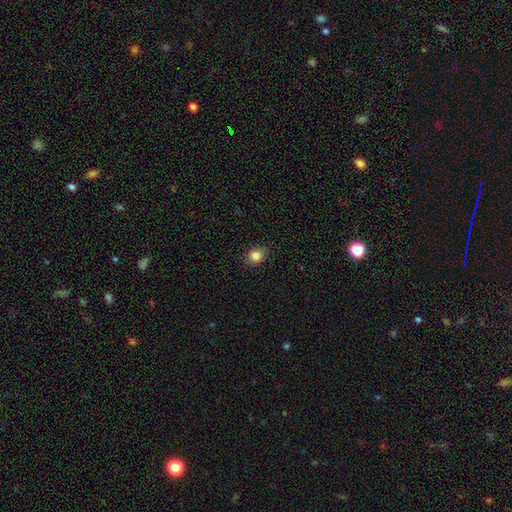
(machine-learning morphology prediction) smooth 85%, star or artifact 10%, featured or disk 5%. Down the decision tree: how rounded — round (53%); merging — none (84%).